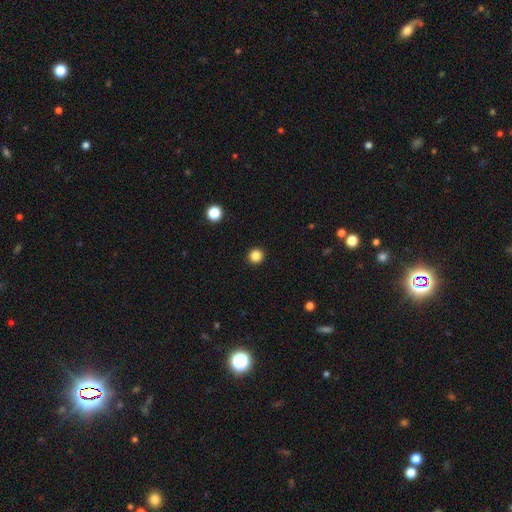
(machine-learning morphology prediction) Smooth or featured? smooth (85%)
How rounded? round (94%)
Merging? none (93%)